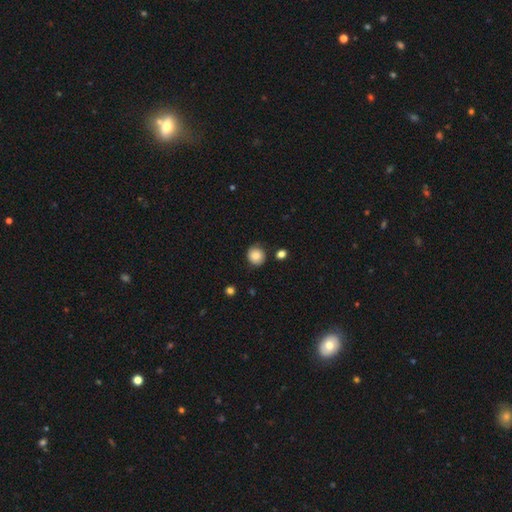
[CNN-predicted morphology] A smooth galaxy with no disk features (85%) that is round (88%). Merging: none (82%).